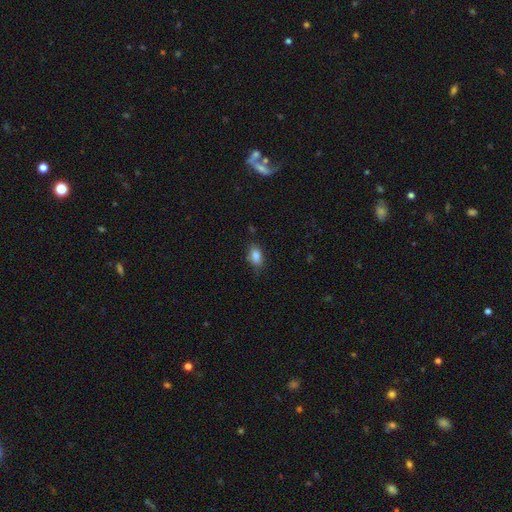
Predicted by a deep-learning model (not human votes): smooth 85%, star or artifact 9%, featured or disk 6%. Down the decision tree: how rounded — in between (87%); merging — none (74%).